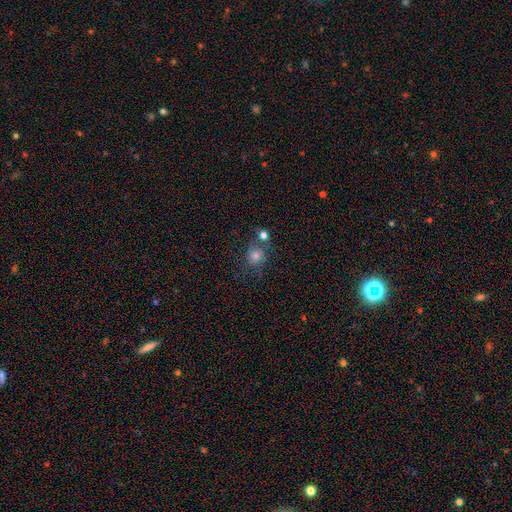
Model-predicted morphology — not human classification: type=smooth (64%); roundness=round (78%); merging=none (58%).